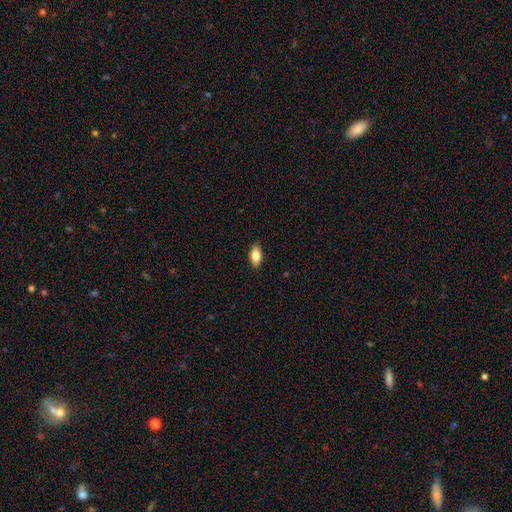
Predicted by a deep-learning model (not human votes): Smooth or featured?
  - smooth: 79% *
  - featured or disk: 14%
  - star or artifact: 7%
How rounded?
  - in between: 89% *
  - cigar-shaped: 7%
  - round: 4%
Merging?
  - none: 89% *
  - minor disturbance: 8%
  - major disturbance: 2%
  - merger: 1%